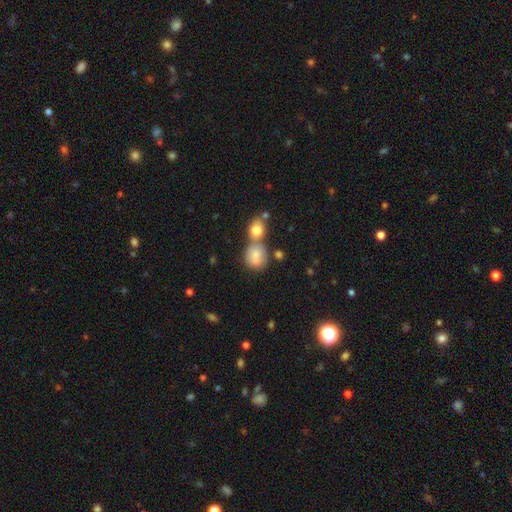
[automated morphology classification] Q: Smooth or featured?
A: smooth (81%); runner-up: featured or disk (10%)
Q: How rounded?
A: round (69%); runner-up: in between (30%)
Q: Merging?
A: merger (42%); runner-up: none (40%)